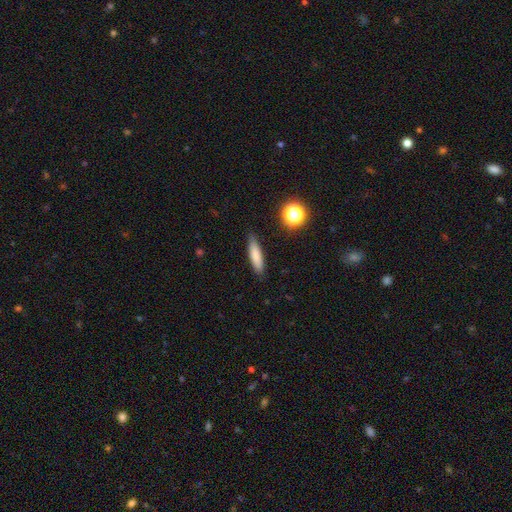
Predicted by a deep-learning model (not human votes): This appears to be a smooth galaxy with no disk features (80%) that is cigar-shaped (75%). Merging: none (84%).